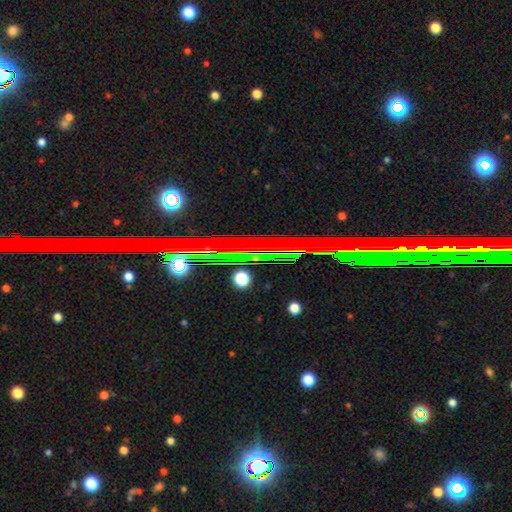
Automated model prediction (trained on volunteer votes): star or artifact 73%, featured or disk 16%, smooth 10%.